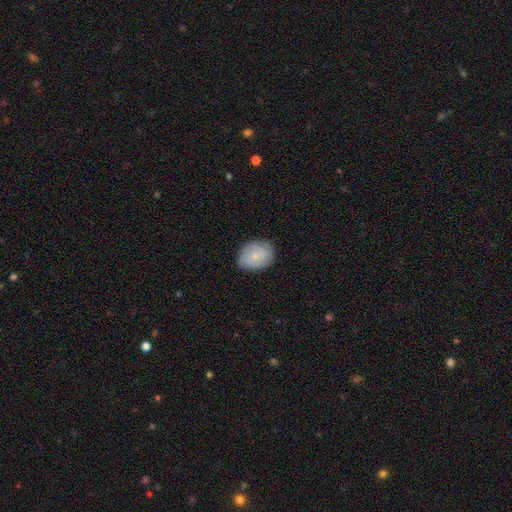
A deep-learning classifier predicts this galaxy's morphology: smooth_or_featured: smooth (p=0.69) [alt: featured or disk p=0.24]
how_rounded: in between (p=0.57) [alt: round p=0.42]
merging: none (p=0.77) [alt: minor disturbance p=0.19]